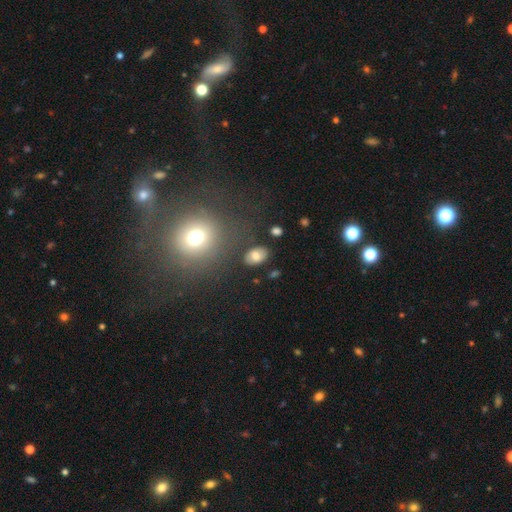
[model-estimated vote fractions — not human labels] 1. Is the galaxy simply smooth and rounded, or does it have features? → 77% smooth, 13% featured or disk, 10% star or artifact.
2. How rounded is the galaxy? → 85% in between, 14% round, 1% cigar-shaped.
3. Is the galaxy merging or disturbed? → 81% none, 12% minor disturbance, 4% major disturbance, 3% merger.